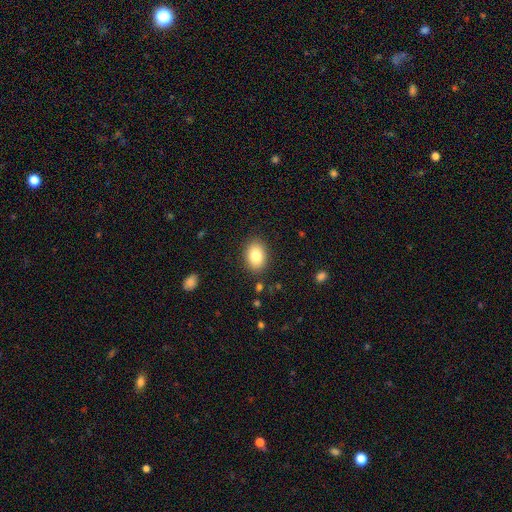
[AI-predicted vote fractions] smooth_or_featured: smooth (p=0.84) [alt: featured or disk p=0.08]
how_rounded: in between (p=0.80) [alt: round p=0.19]
merging: none (p=0.87) [alt: minor disturbance p=0.09]